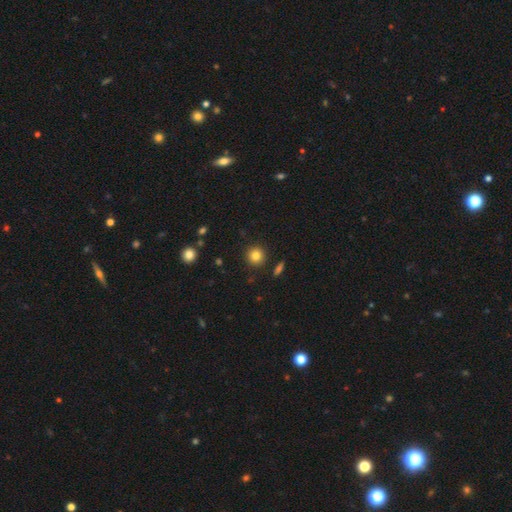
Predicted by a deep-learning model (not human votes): A smooth galaxy with no disk features (83%) that is round (93%).

Vote fractions:
- Smooth or featured? smooth: 83% / star or artifact: 11% / featured or disk: 6%
- How rounded? round: 93% / in between: 6% / cigar-shaped: 1%
- Merging? none: 91% / minor disturbance: 5% / merger: 2% / major disturbance: 2%